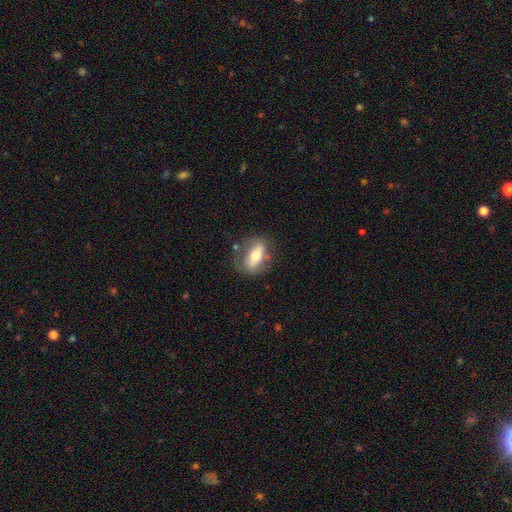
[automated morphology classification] Smooth or featured: featured or disk — 48% (smooth — 45%)
Merging: none — 67% (minor disturbance — 20%)